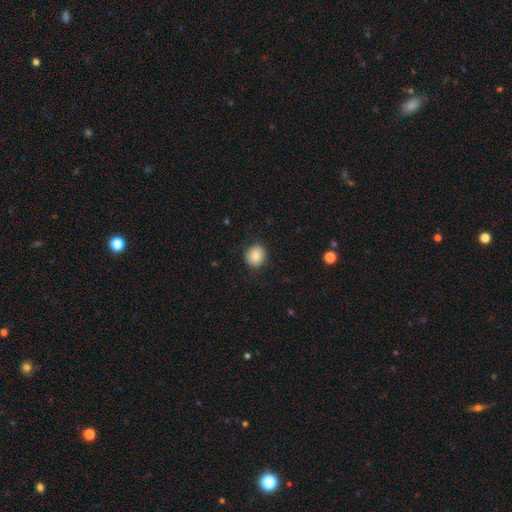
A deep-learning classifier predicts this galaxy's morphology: Smooth or featured?
  - smooth: 84% *
  - star or artifact: 9%
  - featured or disk: 7%
How rounded?
  - round: 82% *
  - in between: 18%
  - cigar-shaped: 1%
Merging?
  - none: 86% *
  - minor disturbance: 10%
  - major disturbance: 3%
  - merger: 1%